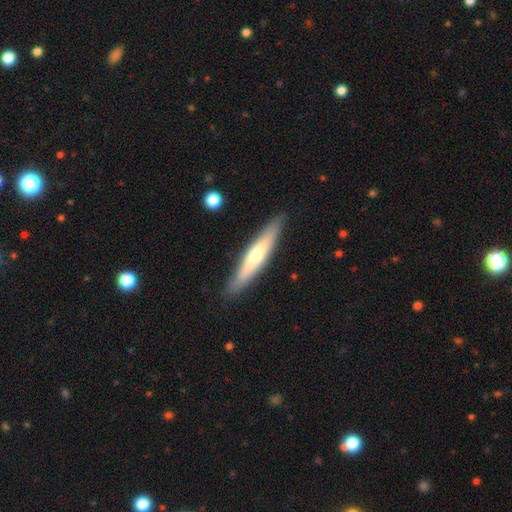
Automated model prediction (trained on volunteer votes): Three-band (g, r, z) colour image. It shows a featured or disk galaxy (48%). Merging: none (87%).